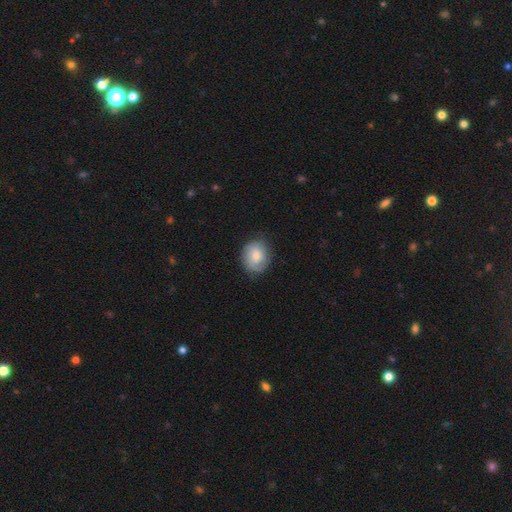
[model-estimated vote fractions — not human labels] Overall: smooth (73%). How rounded: round (59%; in between 40%). Merging: none (74%).